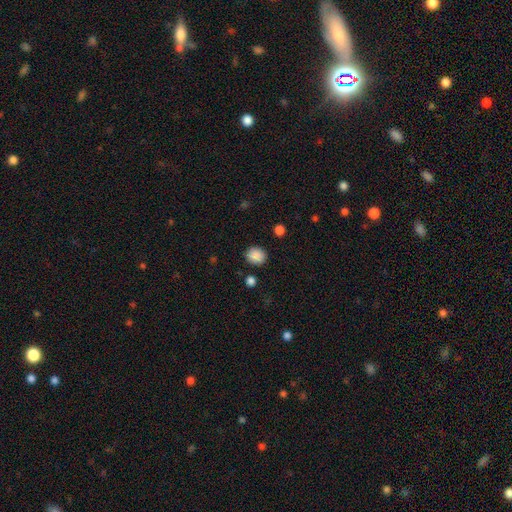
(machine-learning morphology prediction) smooth 88%, star or artifact 9%, featured or disk 3%. Down the decision tree: how rounded — round (73%); merging — none (86%).